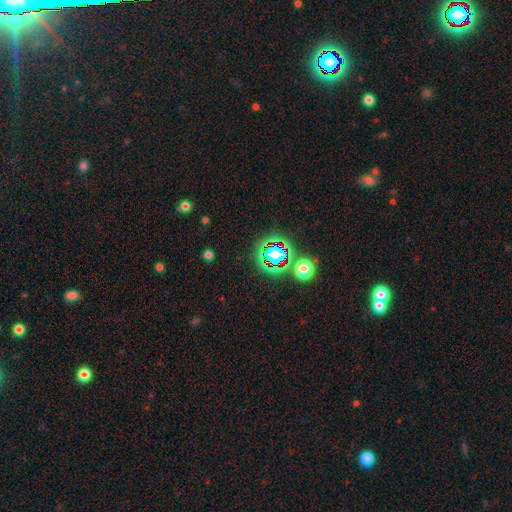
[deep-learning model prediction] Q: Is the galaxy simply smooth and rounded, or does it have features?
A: star or artifact — 77%.